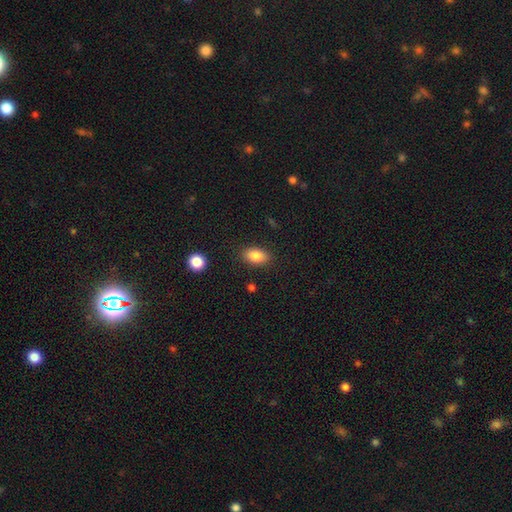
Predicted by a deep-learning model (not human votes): This appears to be a smooth galaxy with no disk features (85%) that is in between round and cigar-shaped (88%). Merging: none (86%).